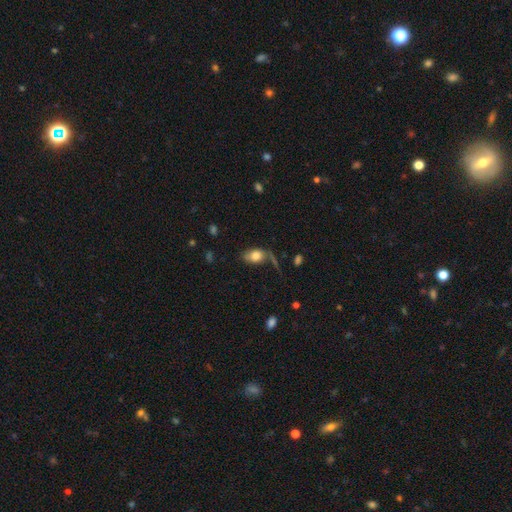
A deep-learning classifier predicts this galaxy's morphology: Smooth or featured? Predicted: smooth (p=0.69). How rounded? Predicted: in between (p=0.81). Merging? Predicted: none (p=0.46).